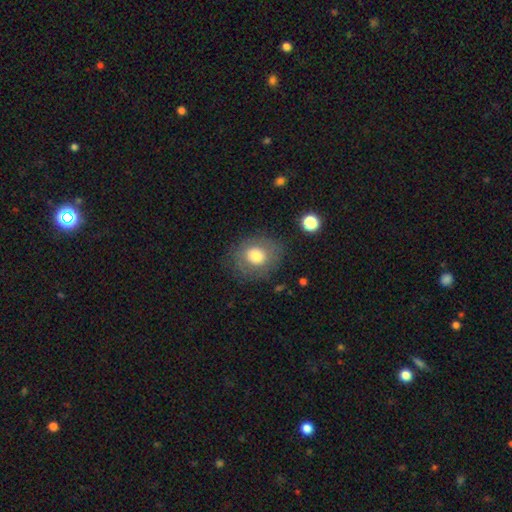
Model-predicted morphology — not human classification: A smooth galaxy with no disk features (69%) that is round (70%). Merging: none (76%).